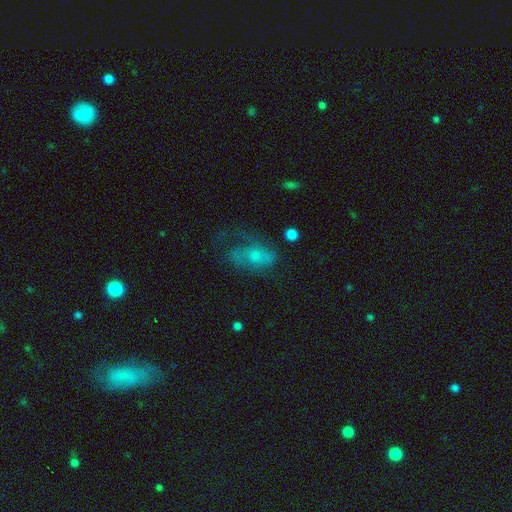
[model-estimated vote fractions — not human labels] smooth-or-featured: featured or disk: 53% | smooth: 36% | star or artifact: 11%
  disk-edge-on: no: 95% | yes: 5%
    bar: no: 74% | weak: 22% | strong: 4%
    has-spiral-arms: yes: 68% | no: 32%
    bulge-size: small: 44% | moderate: 36% | none: 13% | large: 6% | dominant: 2%
  merging: major disturbance: 39% | none: 35% | minor disturbance: 23% | merger: 3%